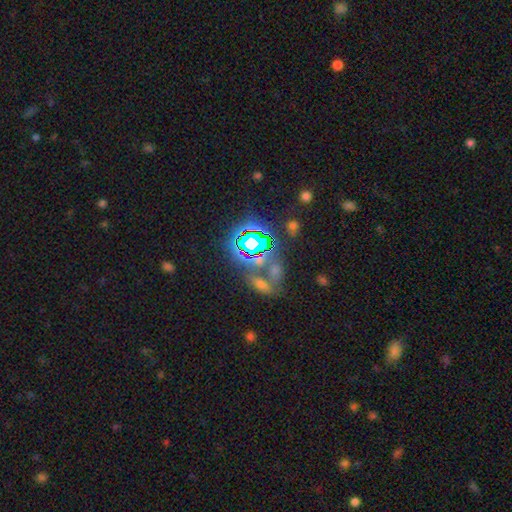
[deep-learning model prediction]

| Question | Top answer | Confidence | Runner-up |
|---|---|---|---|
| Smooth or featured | star or artifact | 70% | smooth (17%) |